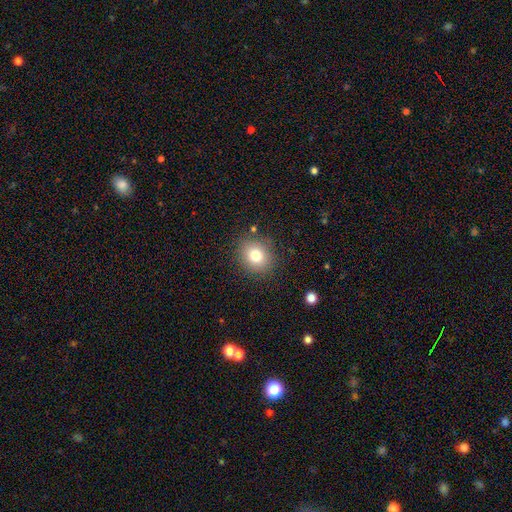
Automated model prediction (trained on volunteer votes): Morphology: type=smooth (77%); roundness=round (74%); merging=none (85%).